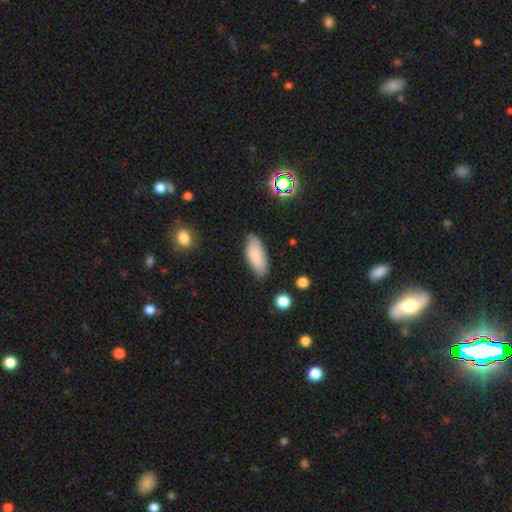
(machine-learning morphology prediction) The model was most divided on "merging": none: 79%, minor disturbance: 16%, major disturbance: 3%, merger: 2%. More confident: how rounded — in between (85%); smooth or featured — smooth (80%).